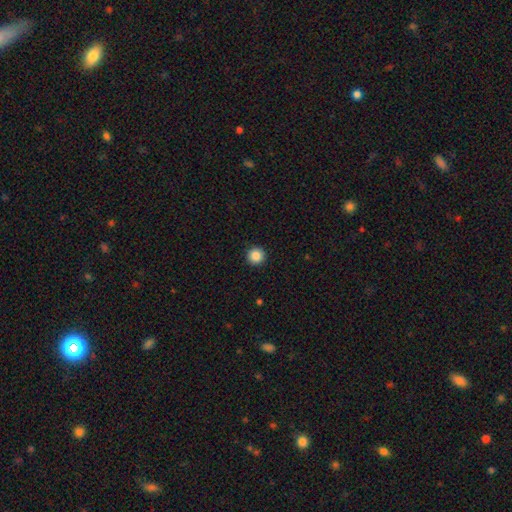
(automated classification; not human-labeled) Morphology: type=smooth (86%); roundness=round (96%); merging=none (93%).